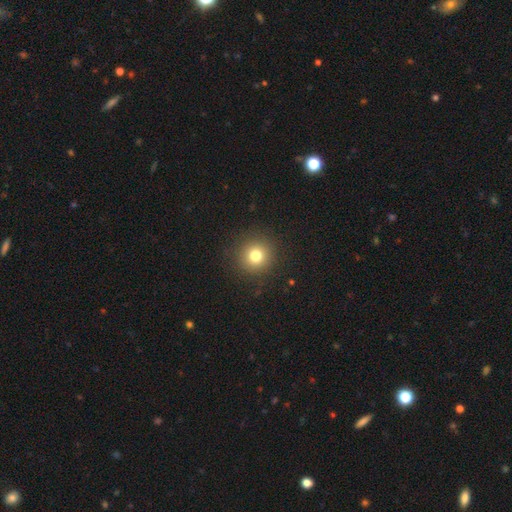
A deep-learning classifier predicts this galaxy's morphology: type=smooth (78%); roundness=round (94%); merging=none (91%).